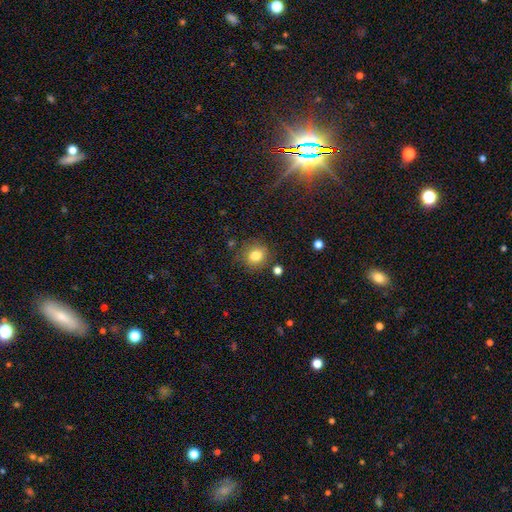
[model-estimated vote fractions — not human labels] A smooth galaxy with no disk features (80%) that is round (81%). Merging: none (80%).